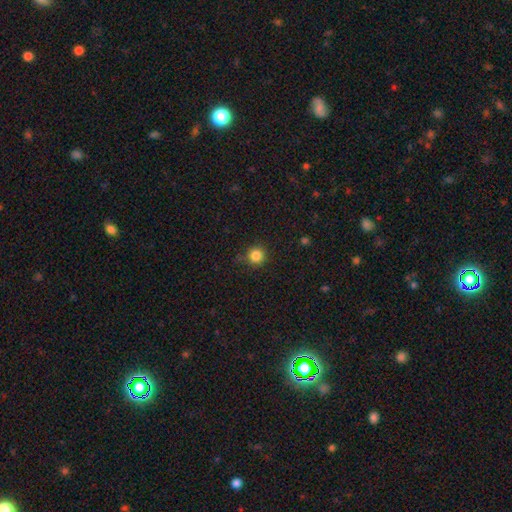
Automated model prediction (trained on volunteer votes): Smooth or featured? smooth (84%)
How rounded? round (93%)
Merging? none (81%)